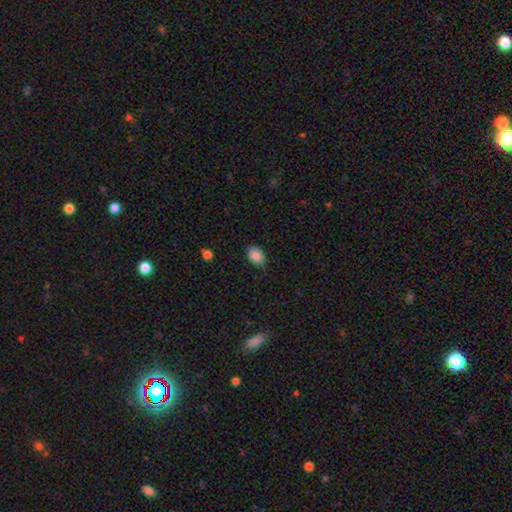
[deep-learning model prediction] A smooth galaxy with no disk features (86%) that is in between round and cigar-shaped (78%). Merging: none (71%).